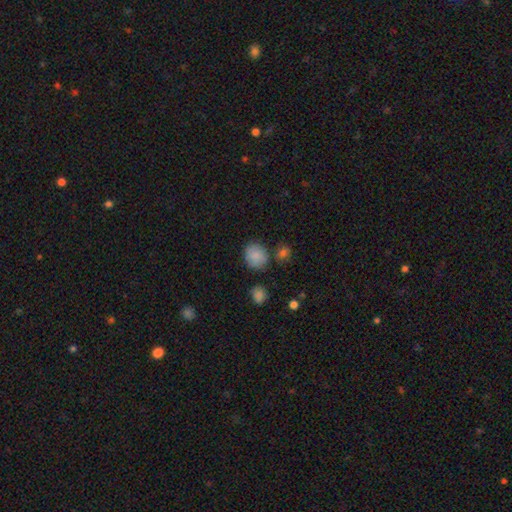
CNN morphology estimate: Smooth or featured: smooth — 84% (star or artifact — 10%)
How rounded: round — 70% (in between — 29%)
Merging: none — 74% (minor disturbance — 15%)